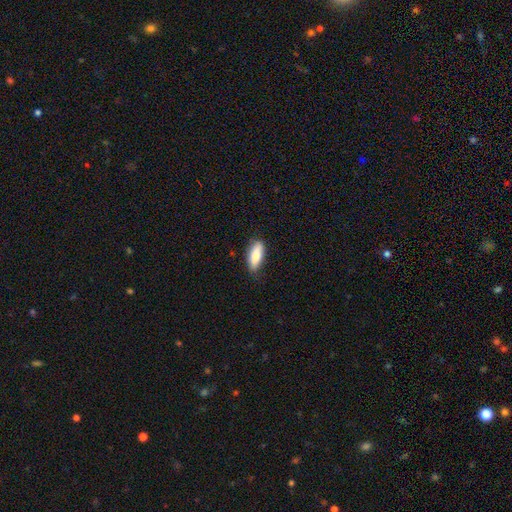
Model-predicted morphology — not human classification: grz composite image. It shows a smooth galaxy with no disk features (78%) that is in between round and cigar-shaped (72%). Merging: none (79%).